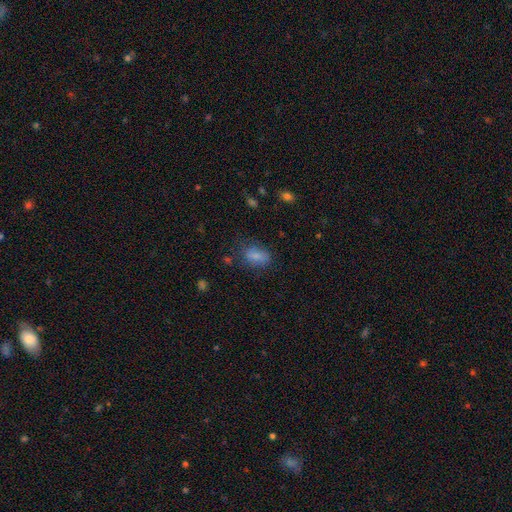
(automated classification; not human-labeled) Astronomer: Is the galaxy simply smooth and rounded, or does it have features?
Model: smooth — 79%.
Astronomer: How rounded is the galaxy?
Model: in between — 83%.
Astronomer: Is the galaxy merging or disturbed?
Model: none — 66%.